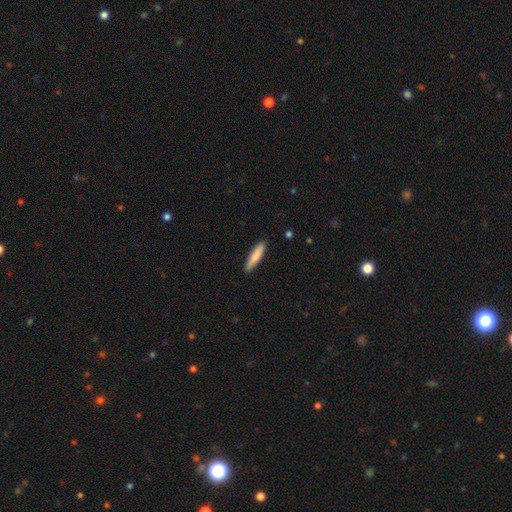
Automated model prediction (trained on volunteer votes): Q: Smooth or featured?
A: smooth (83%); runner-up: featured or disk (12%)
Q: How rounded?
A: cigar-shaped (82%); runner-up: in between (17%)
Q: Merging?
A: none (89%); runner-up: minor disturbance (8%)